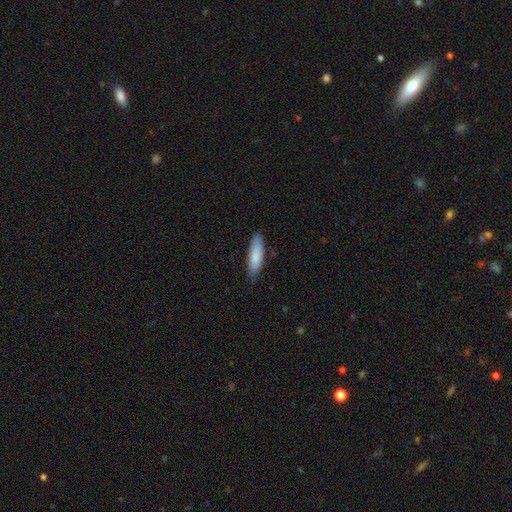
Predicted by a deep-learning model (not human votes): Overall: smooth (83%). How rounded: cigar-shaped (62%; in between 36%). Merging: none (84%).